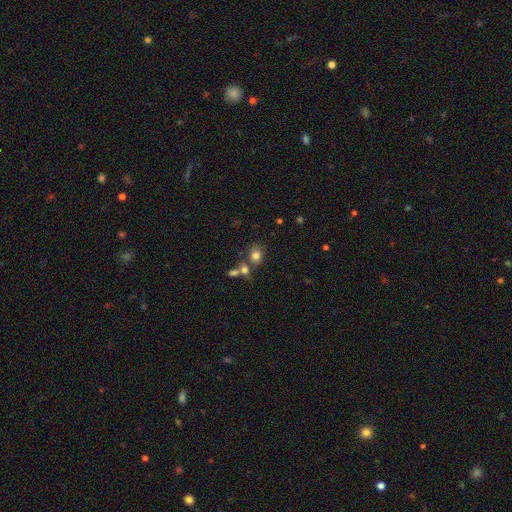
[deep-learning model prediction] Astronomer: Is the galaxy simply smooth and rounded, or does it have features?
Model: smooth — 79%.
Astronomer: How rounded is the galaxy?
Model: round — 63%.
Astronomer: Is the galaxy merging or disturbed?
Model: none — 60%.